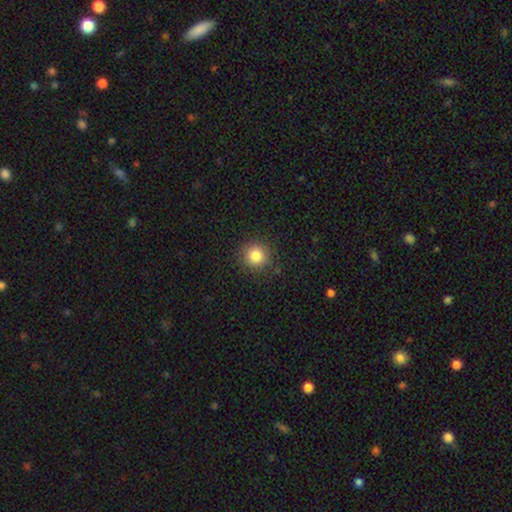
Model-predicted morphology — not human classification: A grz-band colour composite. It shows a smooth galaxy with no disk features (84%) that is round (93%). Merging: none (89%).